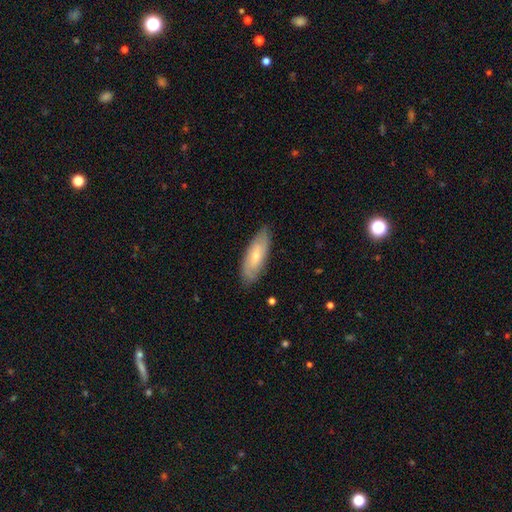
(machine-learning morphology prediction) Smooth or featured? Predicted: smooth (p=0.56). How rounded? Predicted: in between (p=0.63). Merging? Predicted: none (p=0.81).